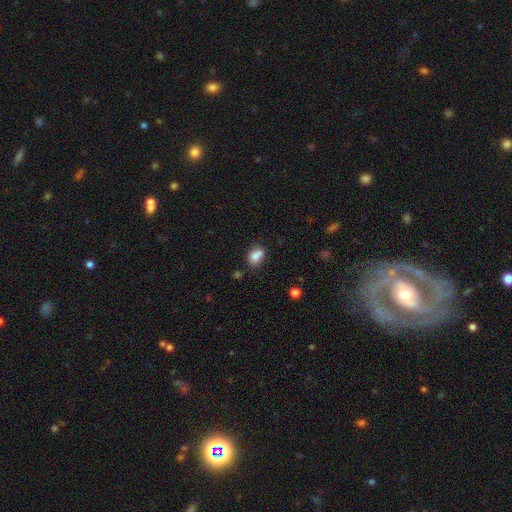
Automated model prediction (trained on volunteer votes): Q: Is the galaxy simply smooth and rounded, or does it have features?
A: smooth — 78%.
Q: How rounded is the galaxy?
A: in between — 56%.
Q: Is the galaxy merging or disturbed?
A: none — 50%.